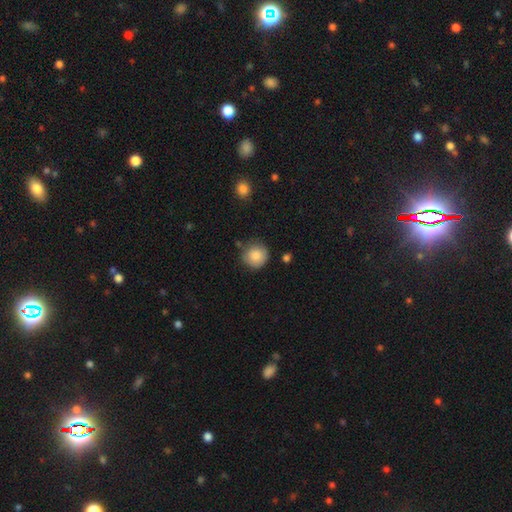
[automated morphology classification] type=smooth (85%); roundness=round (93%); merging=none (76%).